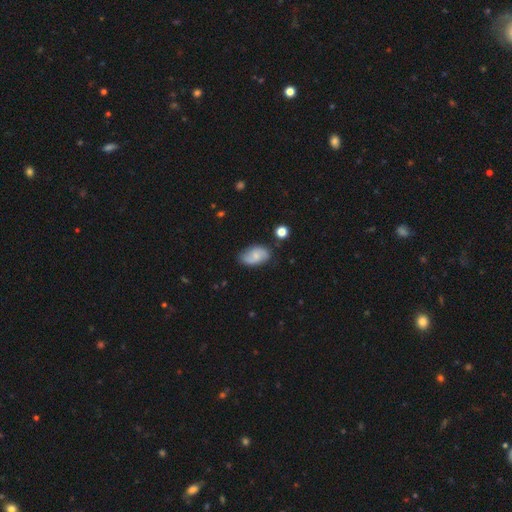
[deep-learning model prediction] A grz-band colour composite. It shows a smooth galaxy with no disk features (48%). Merging: none (74%).